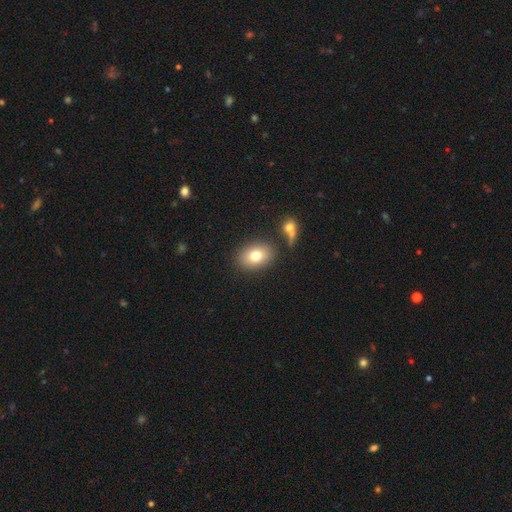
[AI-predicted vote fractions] A smooth galaxy with no disk features (77%) that is in between round and cigar-shaped (67%). Merging: none (79%).